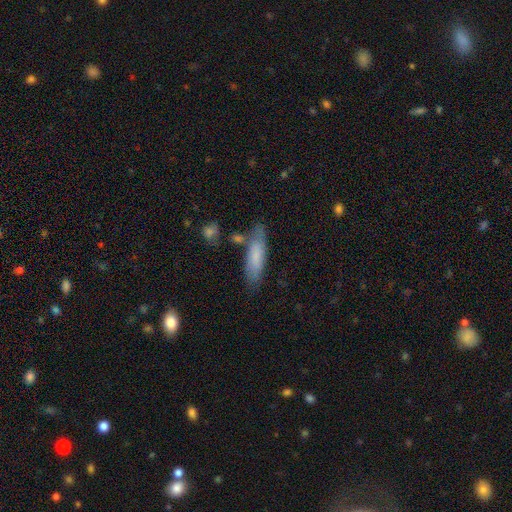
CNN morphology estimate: type=smooth (75%); roundness=cigar-shaped (58%); merging=none (72%).